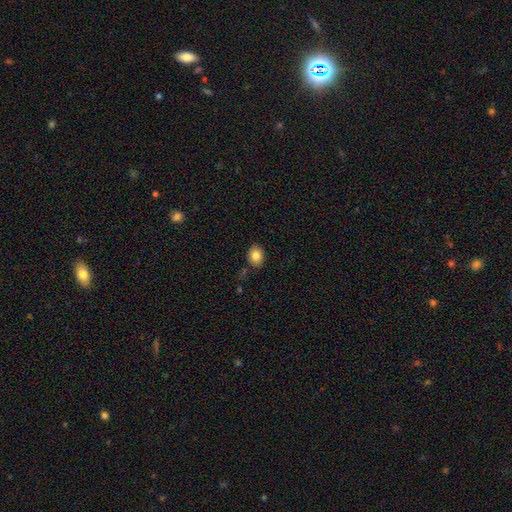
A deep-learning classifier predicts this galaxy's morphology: The model was most divided on "how rounded": in between: 54%, round: 46%, cigar-shaped: 1%. More confident: merging — none (85%); smooth or featured — smooth (84%).